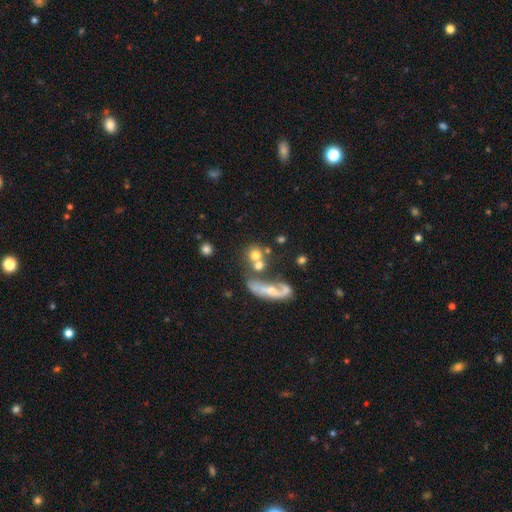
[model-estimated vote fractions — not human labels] A smooth galaxy with no disk features (65%) that is round (81%).

Vote fractions:
- Smooth or featured? smooth: 65% / featured or disk: 22% / star or artifact: 13%
- How rounded? round: 81% / in between: 15% / cigar-shaped: 4%
- Merging? merger: 40% (tied) / none: 40% (tied) / minor disturbance: 10% / major disturbance: 10%